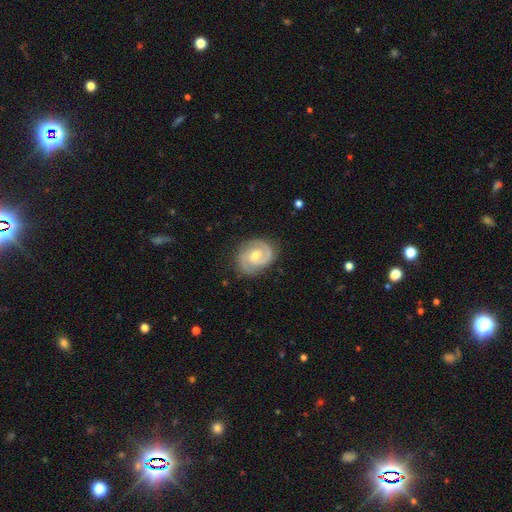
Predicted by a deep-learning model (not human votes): Smooth or featured? featured or disk (83%)
Edge-on disk? no (98%)
Bar? no (50%)
Spiral arms? yes (95%)
Spiral winding? tight (52%)
Spiral arm count? 2 (80%)
Bulge size? moderate (66%)
Merging? none (80%)